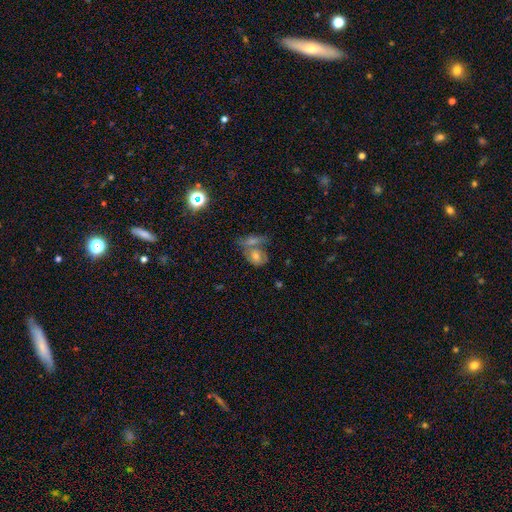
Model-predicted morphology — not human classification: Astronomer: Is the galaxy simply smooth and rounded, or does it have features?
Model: smooth — 48% (runner-up: featured or disk, 37%).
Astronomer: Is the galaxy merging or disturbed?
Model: merger — 43% (runner-up: none, 34%).